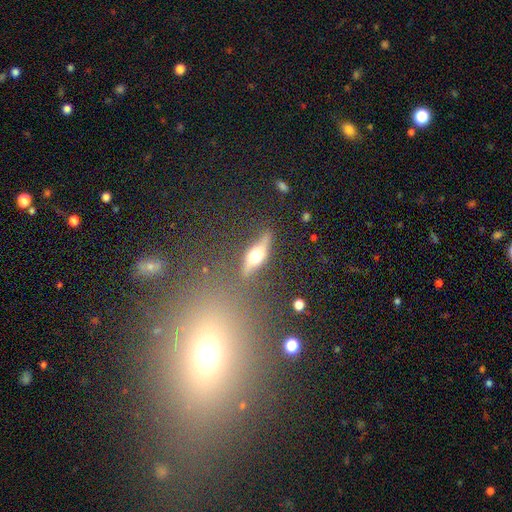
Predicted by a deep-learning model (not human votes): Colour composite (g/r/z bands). It shows a featured or disk galaxy (56%) viewed edge-on (79%). Merging: none (75%).